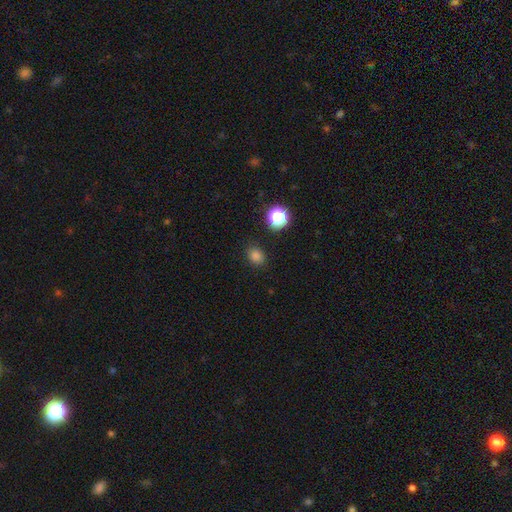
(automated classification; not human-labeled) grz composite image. It shows a smooth galaxy with no disk features (80%) that is round (59%). Merging: none (85%).